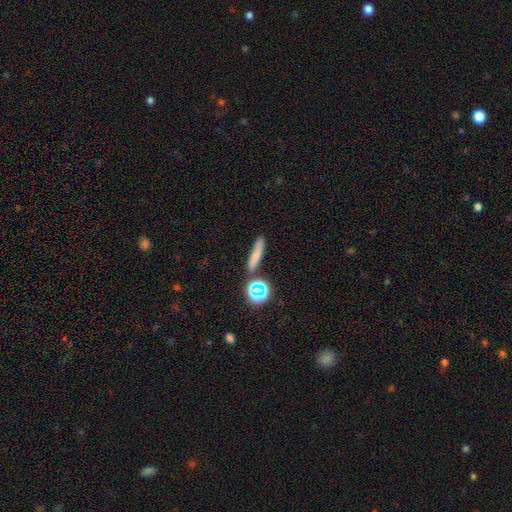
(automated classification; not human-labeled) Smooth or featured? Predicted: smooth (p=0.66). How rounded? Predicted: cigar-shaped (p=0.73). Merging? Predicted: none (p=0.74).